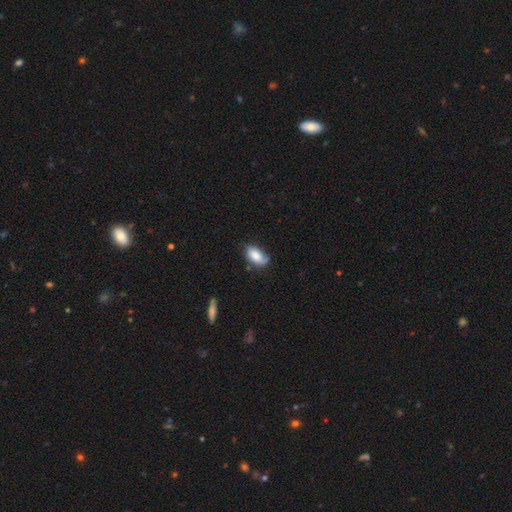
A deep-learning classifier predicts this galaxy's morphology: smooth 78%, featured or disk 15%, star or artifact 7%. Down the decision tree: how rounded — in between (92%); merging — none (58%).